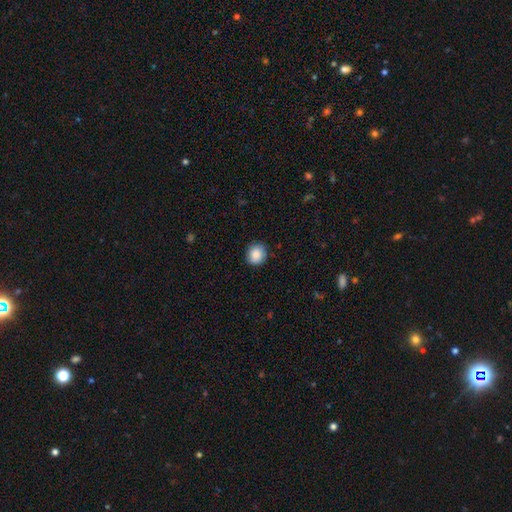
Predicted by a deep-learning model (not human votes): smooth_or_featured: smooth (p=0.88) [alt: star or artifact p=0.08]
how_rounded: round (p=0.78) [alt: in between p=0.21]
merging: none (p=0.85) [alt: minor disturbance p=0.12]